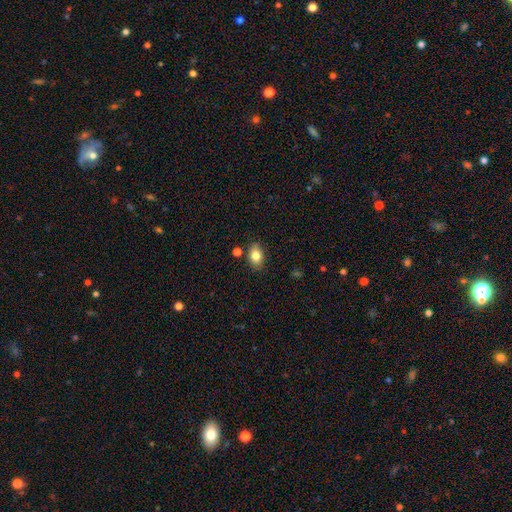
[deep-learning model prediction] Smooth or featured?
  - smooth: 82% *
  - star or artifact: 9%
  - featured or disk: 9%
How rounded?
  - in between: 78% *
  - round: 21%
  - cigar-shaped: 1%
Merging?
  - none: 80% *
  - minor disturbance: 13%
  - merger: 5%
  - major disturbance: 3%